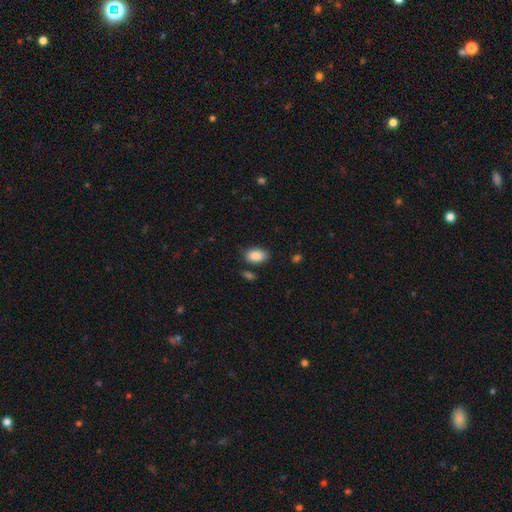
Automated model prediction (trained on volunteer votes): The model was most divided on "merging": none: 76%, minor disturbance: 16%, merger: 4%, major disturbance: 4%. More confident: how rounded — in between (89%); smooth or featured — smooth (88%).